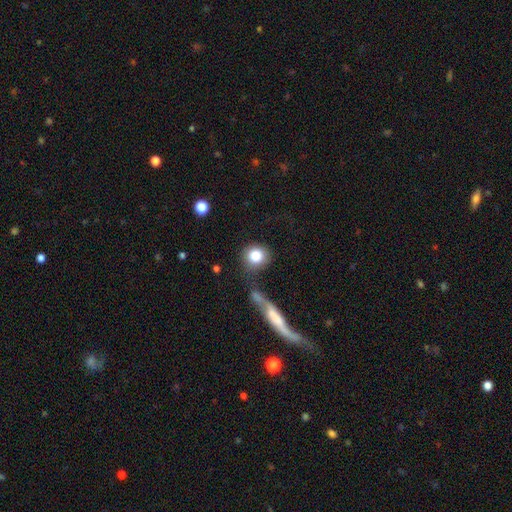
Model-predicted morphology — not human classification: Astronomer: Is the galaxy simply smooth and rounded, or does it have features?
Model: smooth — 83%.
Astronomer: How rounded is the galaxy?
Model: round — 83%.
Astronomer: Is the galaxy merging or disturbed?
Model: none — 63%.